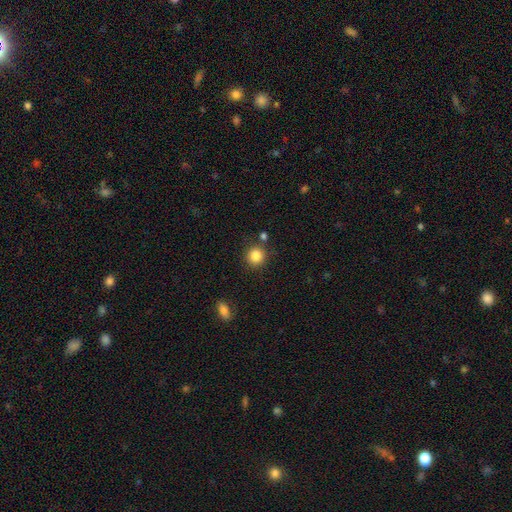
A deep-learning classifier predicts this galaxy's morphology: smooth 85%, star or artifact 10%, featured or disk 5%. Down the decision tree: how rounded — round (91%); merging — none (82%).